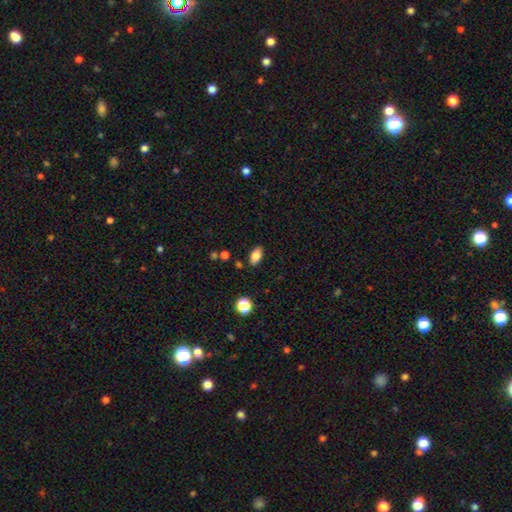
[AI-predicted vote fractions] smooth-or-featured: smooth: 81% | featured or disk: 10% | star or artifact: 9%
  how-rounded: in between: 90% | round: 6% | cigar-shaped: 4%
  merging: none: 86% | minor disturbance: 10% | merger: 2% | major disturbance: 2%